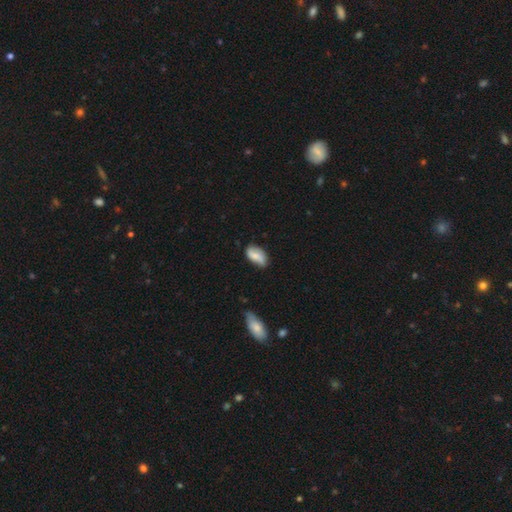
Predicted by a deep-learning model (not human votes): Smooth or featured? smooth (65%)
How rounded? in between (91%)
Merging? none (63%)